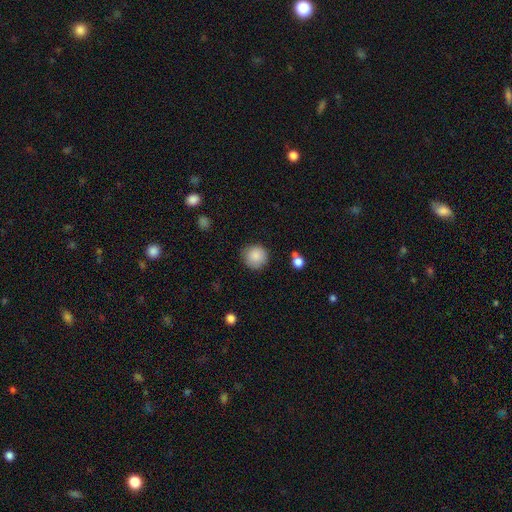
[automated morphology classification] Overall: smooth (87%). How rounded: round (94%). Merging: none (85%).